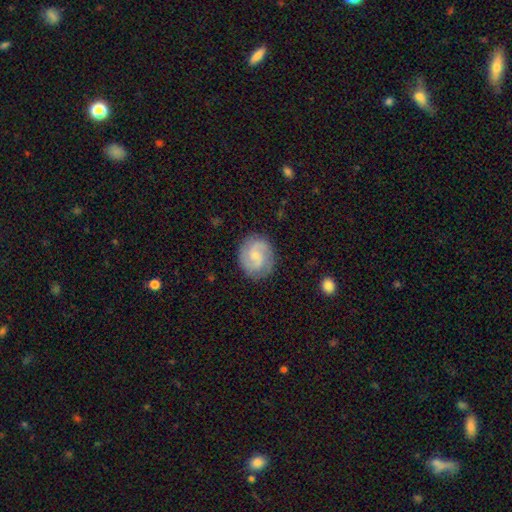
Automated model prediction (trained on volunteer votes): This is likely a featured or disk galaxy (74%). It is clearly not viewed edge-on (98%). Bar: possibly no (47%). Spiral arm pattern: clearly yes (96%). Spiral arm count: clearly 2 (86%). Spiral winding: possibly medium (51%). Central bulge: possibly small (53%). Merging: clearly none (83%).